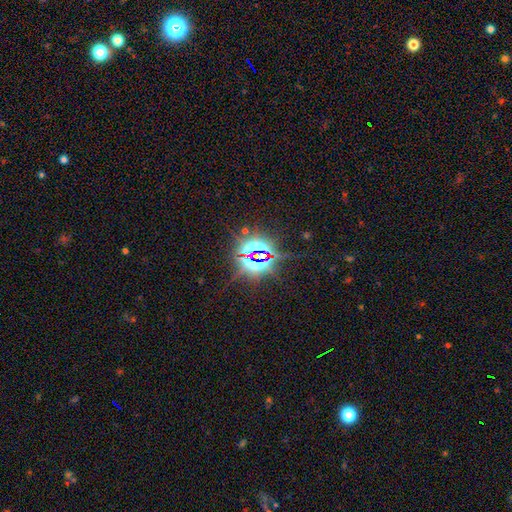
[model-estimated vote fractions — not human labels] This is clearly a star or artifact rather than a galaxy (84%).